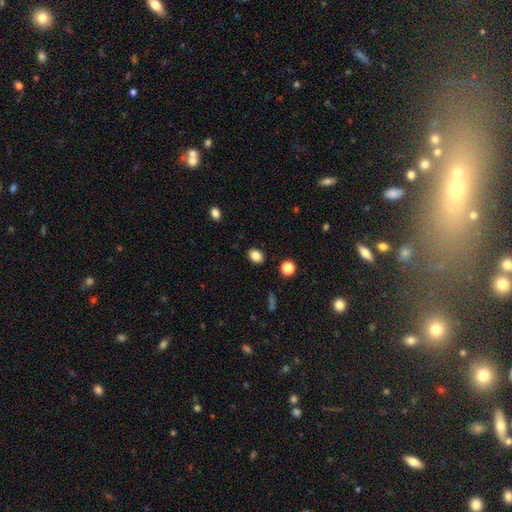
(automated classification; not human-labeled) A smooth galaxy with no disk features (84%) that is in between round and cigar-shaped (63%). Merging: none (88%).